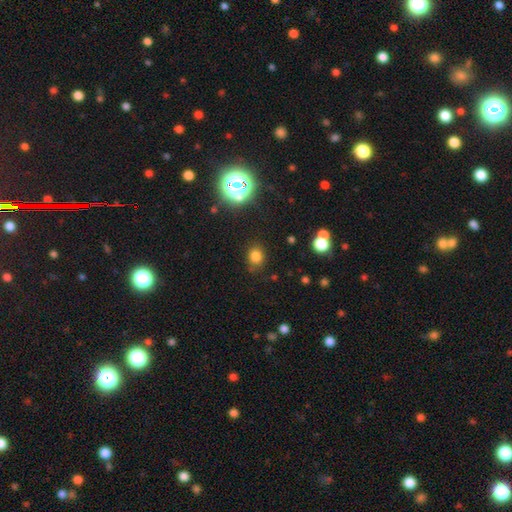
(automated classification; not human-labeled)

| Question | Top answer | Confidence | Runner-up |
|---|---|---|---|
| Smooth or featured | smooth | 76% | star or artifact (18%) |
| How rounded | round | 61% | in between (37%) |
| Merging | none | 79% | minor disturbance (14%) |